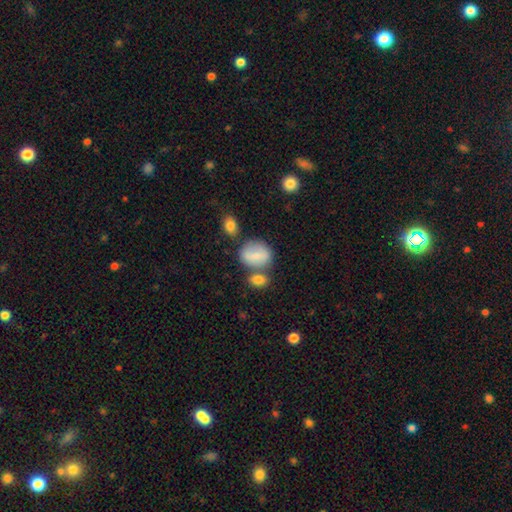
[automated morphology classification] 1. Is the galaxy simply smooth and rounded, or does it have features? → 74% smooth, 18% featured or disk, 8% star or artifact.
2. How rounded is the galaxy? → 51% in between, 47% round, 2% cigar-shaped.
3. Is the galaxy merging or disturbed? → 50% none, 23% merger, 19% minor disturbance, 8% major disturbance.